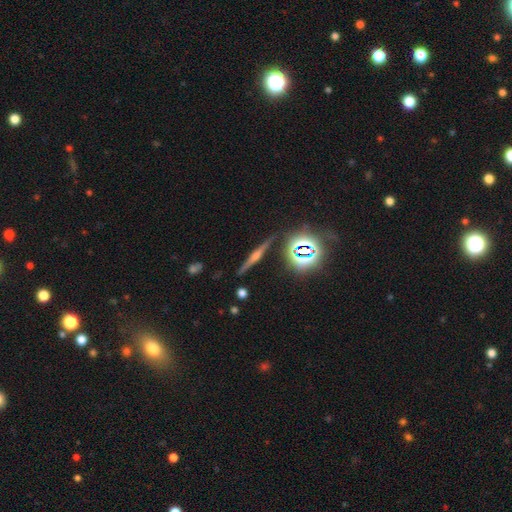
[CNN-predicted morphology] type=featured or disk (66%); edge-on=yes (96%); edge-on bulge=rounded (86%); merging=none (89%).